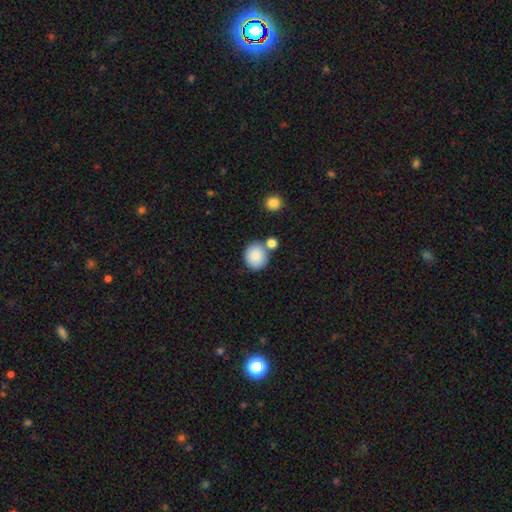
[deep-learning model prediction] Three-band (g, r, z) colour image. It shows a smooth galaxy with no disk features (85%) that is round (79%). Merging: none (69%).